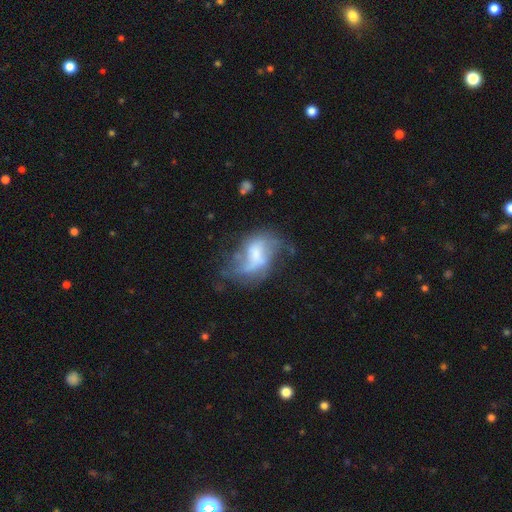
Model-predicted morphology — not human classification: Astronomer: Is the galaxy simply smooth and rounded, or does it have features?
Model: featured or disk — 61%.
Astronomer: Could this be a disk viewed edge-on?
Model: no — 96%.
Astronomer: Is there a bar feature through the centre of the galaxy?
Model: no — 47% (runner-up: weak, 36%).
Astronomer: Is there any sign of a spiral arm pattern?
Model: yes — 57% (runner-up: no, 43%).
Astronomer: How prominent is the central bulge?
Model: none — 32% (runner-up: moderate, 26%).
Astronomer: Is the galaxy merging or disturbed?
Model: major disturbance — 37% (runner-up: none, 31%).